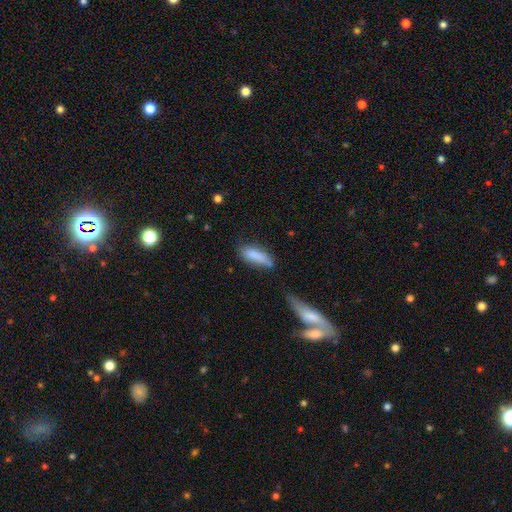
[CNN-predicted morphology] This appears to be a smooth galaxy with no disk features (83%) that is in between round and cigar-shaped (58%). Merging: none (59%).